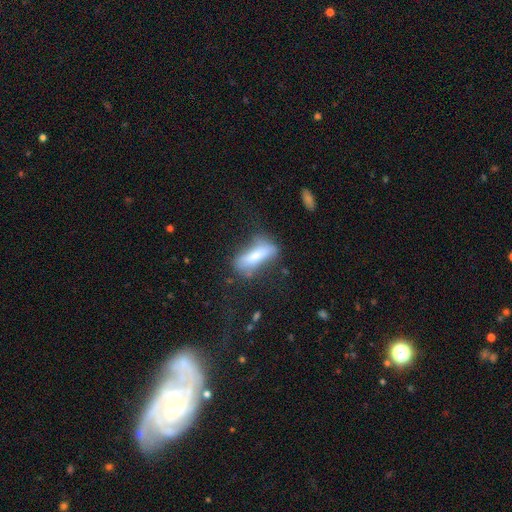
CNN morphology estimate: Smooth or featured? smooth (63%)
How rounded? cigar-shaped (49%)
Merging? none (51%)